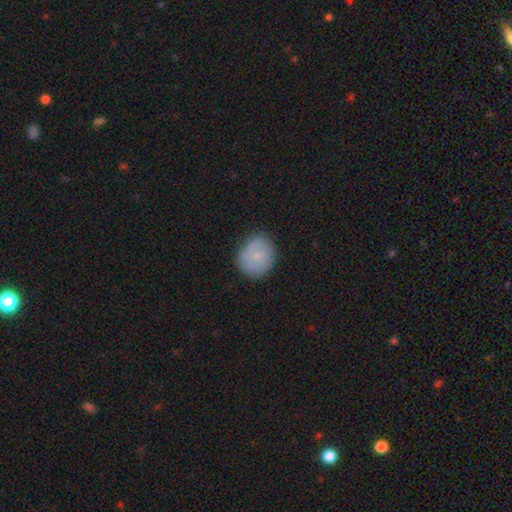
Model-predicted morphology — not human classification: Smooth or featured?
  - smooth: 72% *
  - featured or disk: 20%
  - star or artifact: 8%
How rounded?
  - round: 71% *
  - in between: 28%
  - cigar-shaped: 1%
Merging?
  - none: 75% *
  - minor disturbance: 19%
  - major disturbance: 4%
  - merger: 2%